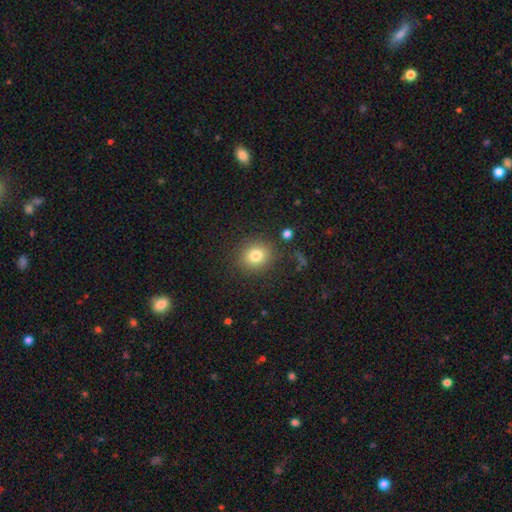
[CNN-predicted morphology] A smooth galaxy with no disk features (80%) that is round (82%). Merging: none (85%).